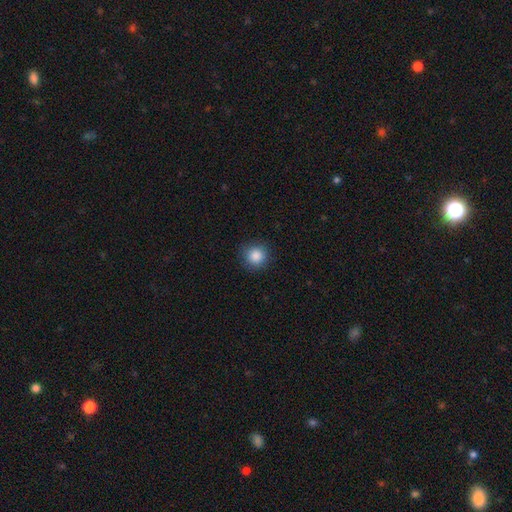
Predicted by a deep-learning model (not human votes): The model was most divided on "smooth or featured": smooth: 87%, star or artifact: 10%, featured or disk: 4%. More confident: how rounded — round (93%); merging — none (89%).